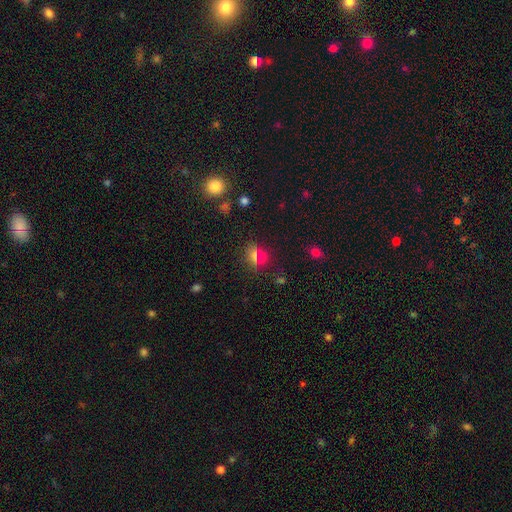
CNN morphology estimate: This appears to be a smooth galaxy with no disk features (62%) that is round (67%). Merging: none (79%).